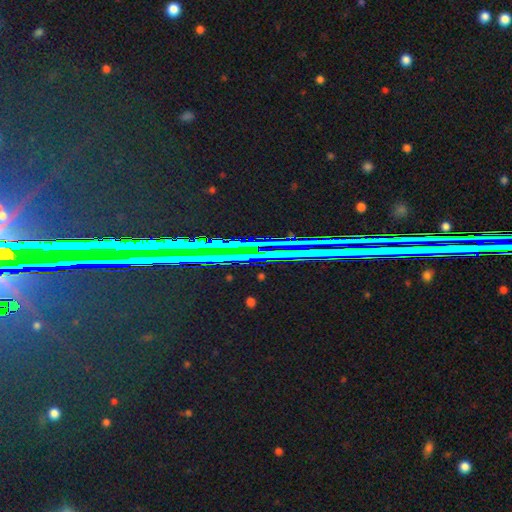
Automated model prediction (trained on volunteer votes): A star or artifact, not a galaxy (77%).